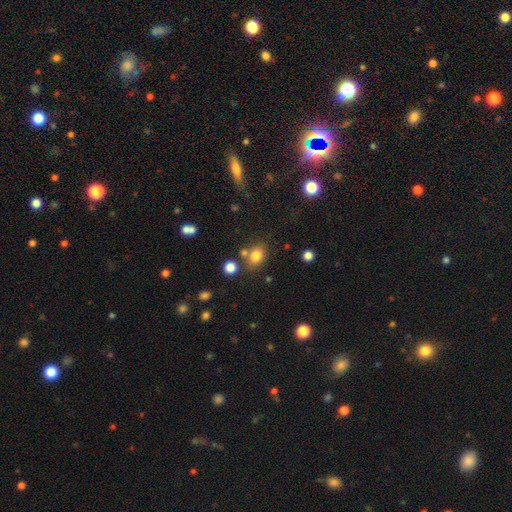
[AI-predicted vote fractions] Smooth or featured: smooth — 80% (star or artifact — 13%)
How rounded: in between — 54% (round — 45%)
Merging: none — 68% (merger — 14%)